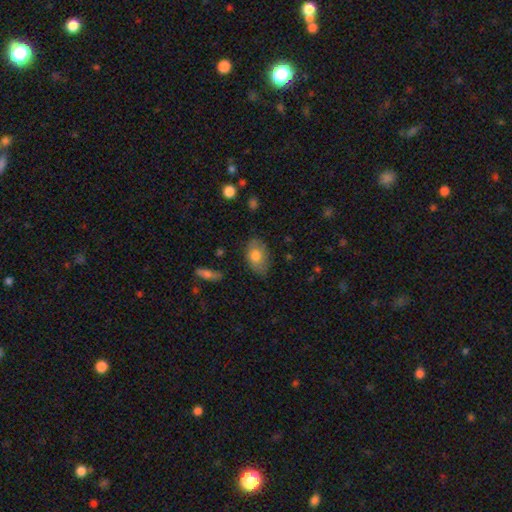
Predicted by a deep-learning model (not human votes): Smooth or featured?
  - smooth: 76% *
  - featured or disk: 17%
  - star or artifact: 7%
How rounded?
  - in between: 88% *
  - round: 10%
  - cigar-shaped: 2%
Merging?
  - none: 69% *
  - minor disturbance: 23%
  - major disturbance: 6%
  - merger: 2%